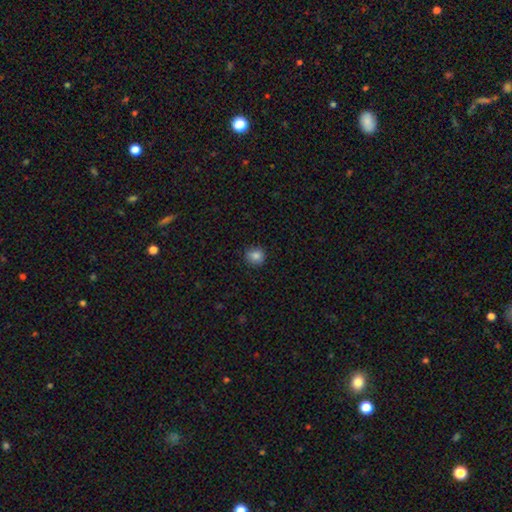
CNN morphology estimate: This is clearly a smooth galaxy (84%). How rounded: clearly round (87%). Merging: clearly none (88%).